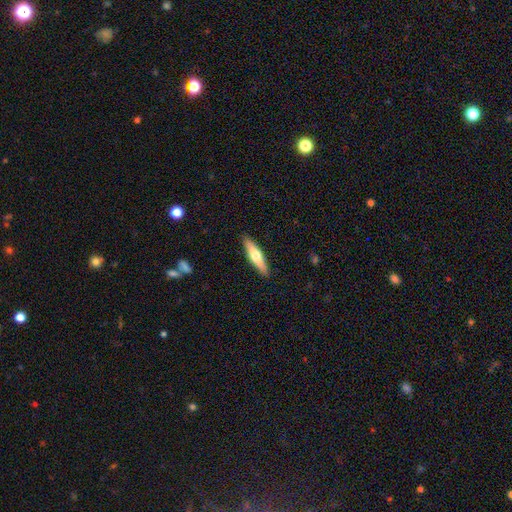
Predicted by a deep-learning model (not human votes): Smooth or featured?
  - smooth: 51% *
  - featured or disk: 43%
  - star or artifact: 5%
How rounded?
  - cigar-shaped: 75% *
  - in between: 23%
  - round: 2%
Merging?
  - none: 90% *
  - minor disturbance: 8%
  - major disturbance: 2%
  - merger: 1%